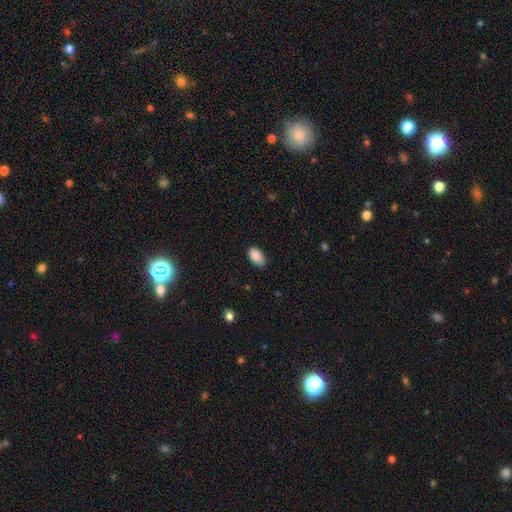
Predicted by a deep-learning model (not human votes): This is clearly a smooth galaxy (88%). How rounded: clearly in between (94%). Merging: clearly none (80%).